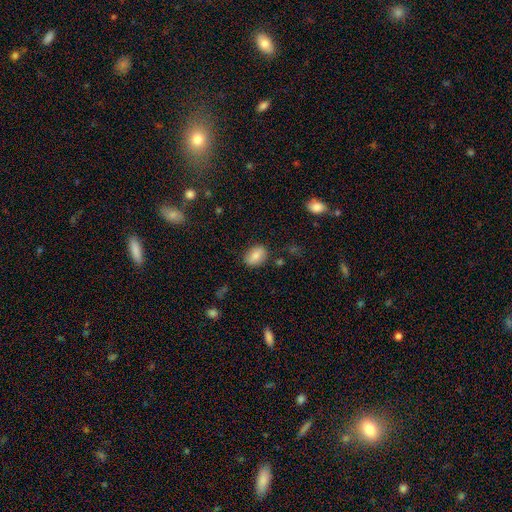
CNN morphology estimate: Smooth or featured?
  - smooth: 79% *
  - featured or disk: 13%
  - star or artifact: 8%
How rounded?
  - in between: 80% *
  - round: 19%
  - cigar-shaped: 1%
Merging?
  - none: 83% *
  - minor disturbance: 12%
  - major disturbance: 3%
  - merger: 2%